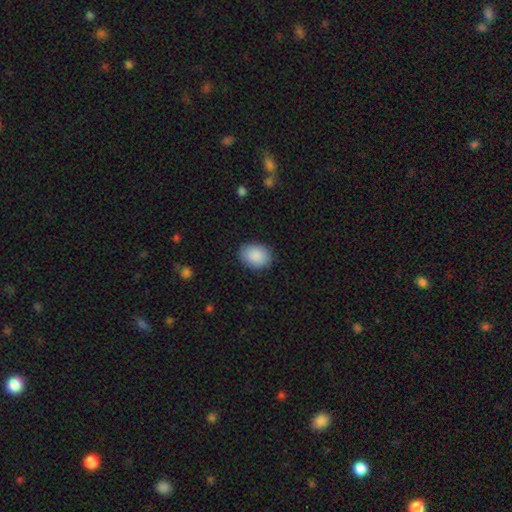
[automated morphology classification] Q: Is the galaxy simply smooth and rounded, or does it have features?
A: smooth — 90%.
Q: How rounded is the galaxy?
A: in between — 64%.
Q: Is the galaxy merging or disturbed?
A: none — 86%.